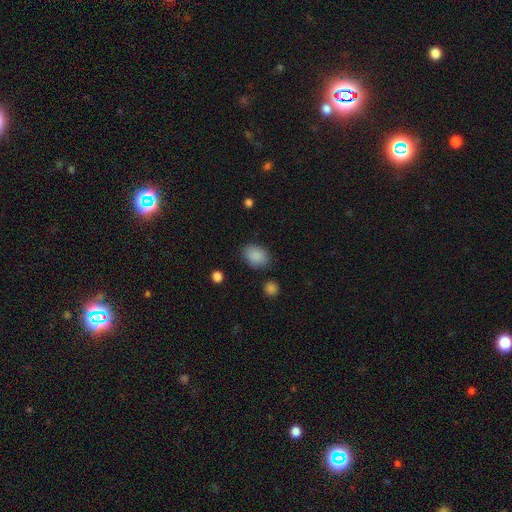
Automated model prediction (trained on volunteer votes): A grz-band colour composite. It shows a smooth galaxy with no disk features (88%) that is in between round and cigar-shaped (74%). Merging: none (82%).